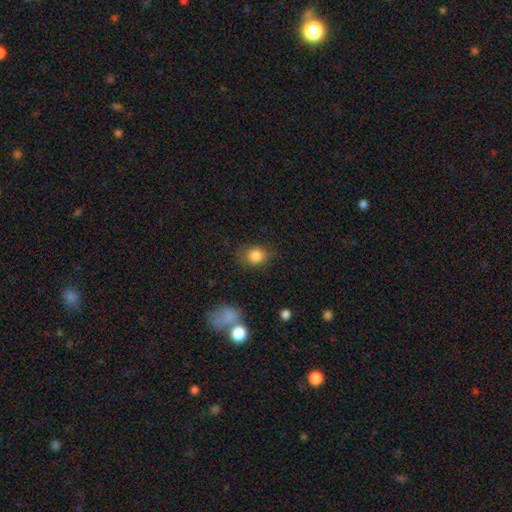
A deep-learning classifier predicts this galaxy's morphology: type=smooth (85%); roundness=round (62%); merging=none (80%).